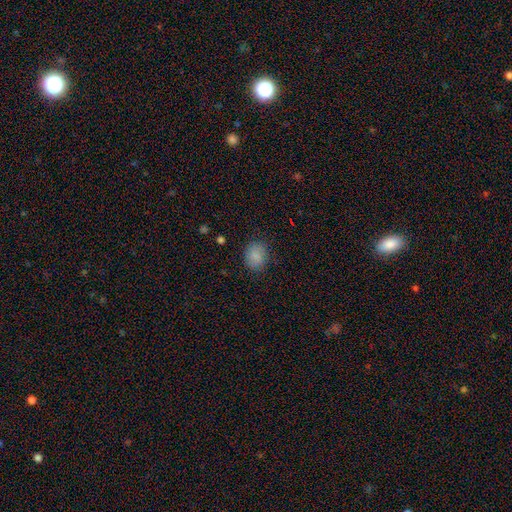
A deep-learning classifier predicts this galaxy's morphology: This appears to be a smooth galaxy with no disk features (85%) that is round (53%). Merging: none (83%).